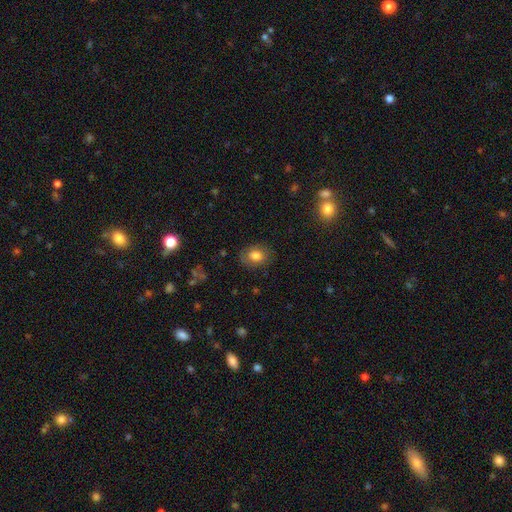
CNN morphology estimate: Smooth or featured: smooth — 76% (featured or disk — 15%)
How rounded: in between — 60% (round — 39%)
Merging: none — 82% (minor disturbance — 13%)